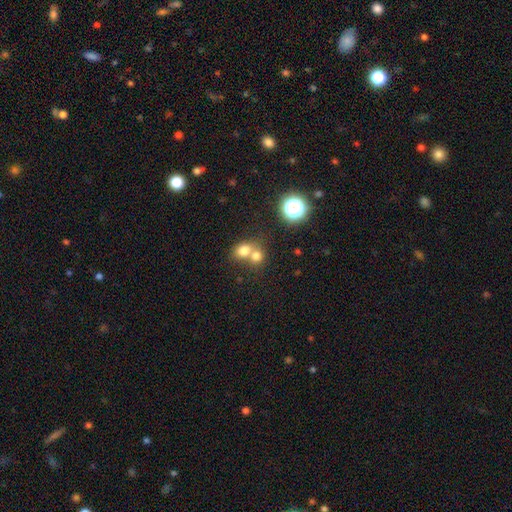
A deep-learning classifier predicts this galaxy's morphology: smooth_or_featured: smooth (p=0.73) [alt: star or artifact p=0.16]
how_rounded: round (p=0.71) [alt: in between p=0.28]
merging: merger (p=0.54) [alt: none p=0.37]